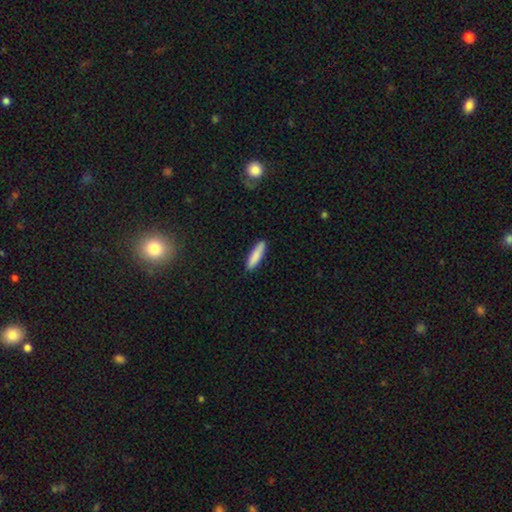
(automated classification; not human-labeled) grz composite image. It shows a smooth galaxy with no disk features (86%) that is cigar-shaped (79%). Merging: none (89%).